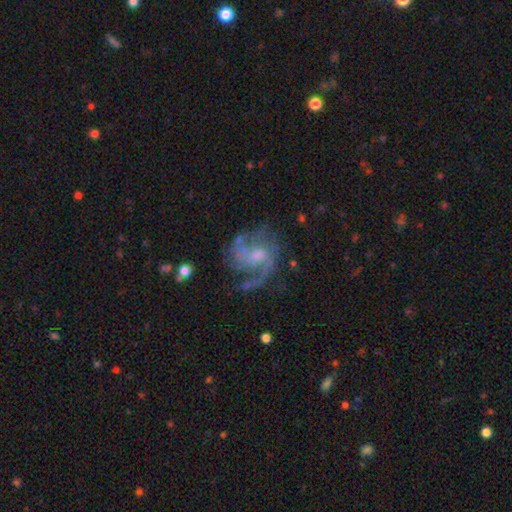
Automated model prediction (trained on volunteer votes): Morphology: type=featured or disk (84%); edge-on=no (98%); bar=no (49%); spiral arms=yes (93%); winding=medium (48%); arm count=2 (42%); bulge=small (42%); merging=none (54%).